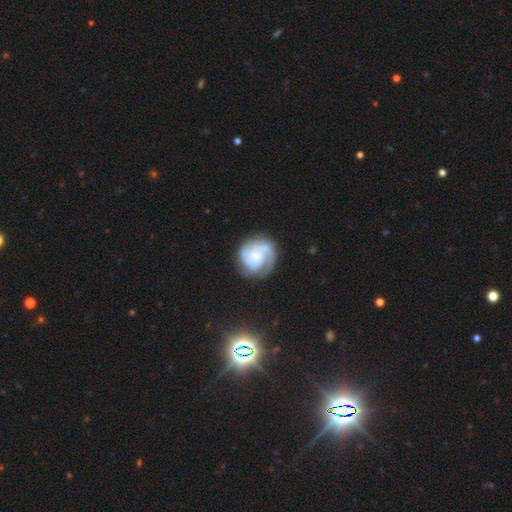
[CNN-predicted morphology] A featured or disk galaxy (82%) with no bar (65%), 2 (39%) tight (60%) spiral arms (95%) and a small central bulge (51%).

Vote fractions:
- Smooth or featured? featured or disk: 82% / smooth: 13% / star or artifact: 5%
- Edge-on disk? no: 98% / yes: 2%
- Bar? no: 65% / weak: 30% / strong: 6%
- Spiral arms? yes: 95% / no: 5%
- Spiral winding? tight: 60% / medium: 31% / loose: 8%
- Spiral arm count? 2: 39% / 3: 22% / can't tell: 18% / 1: 14% / 4: 4% / more than 4: 3%
- Bulge size? small: 51% / moderate: 43% / large: 3% / none: 3% / dominant: 1%
- Merging? none: 70% / minor disturbance: 19% / major disturbance: 9% / merger: 2%